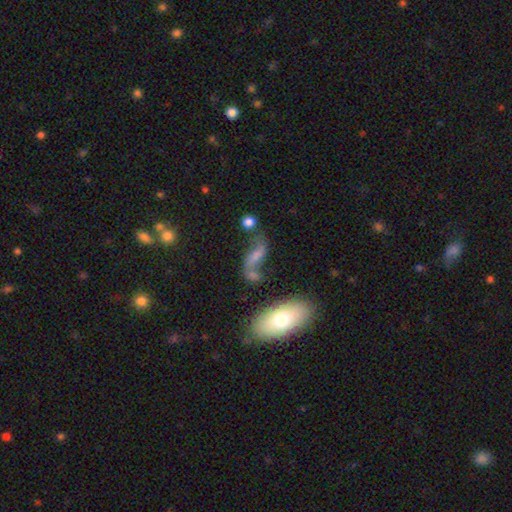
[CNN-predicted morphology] type=featured or disk (54%); edge-on=no (89%); merging=none (49%).